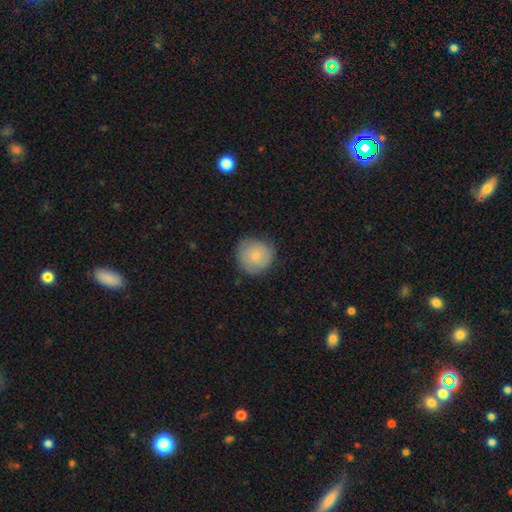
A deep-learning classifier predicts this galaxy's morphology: Overall: smooth (77%). How rounded: round (90%). Merging: none (78%).